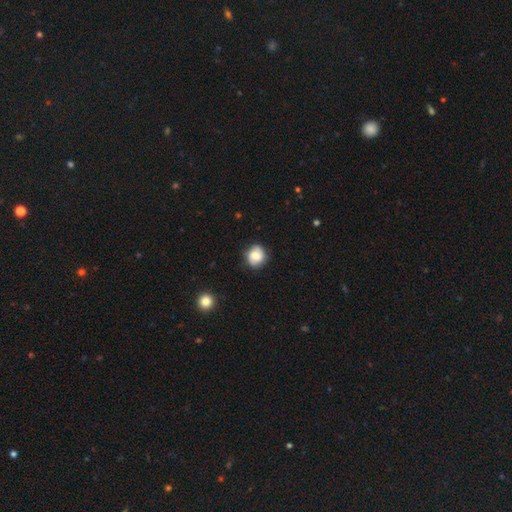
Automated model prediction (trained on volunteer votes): Overall: smooth (65%; featured or disk 26%). How rounded: round (77%). Merging: none (79%).